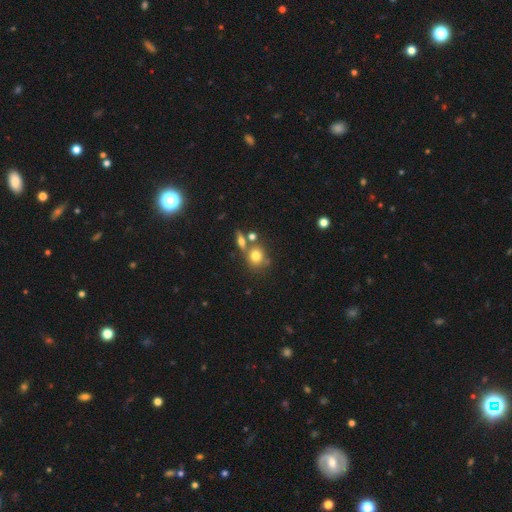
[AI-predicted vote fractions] smooth 76%, featured or disk 13%, star or artifact 12%. Down the decision tree: how rounded — round (77%); merging — none (54%).